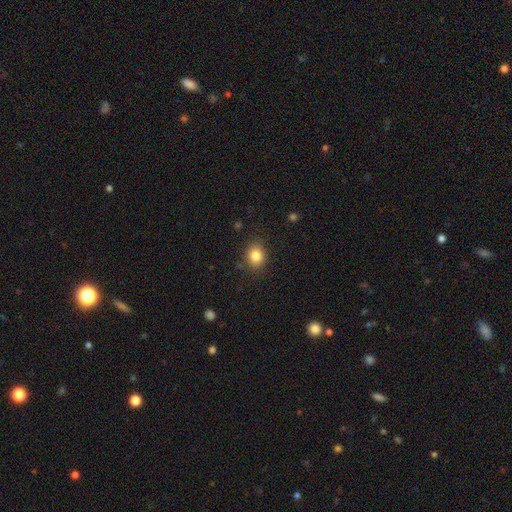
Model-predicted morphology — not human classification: Overall: smooth (84%). How rounded: round (56%; in between 43%). Merging: none (85%).